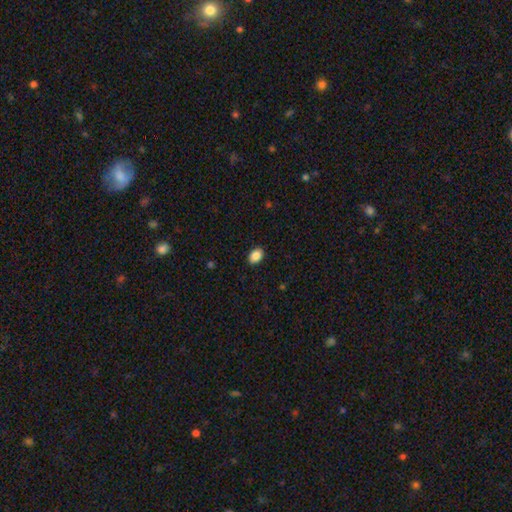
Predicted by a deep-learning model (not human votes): Smooth or featured: smooth — 88% (star or artifact — 8%)
How rounded: in between — 80% (round — 19%)
Merging: none — 90% (minor disturbance — 7%)